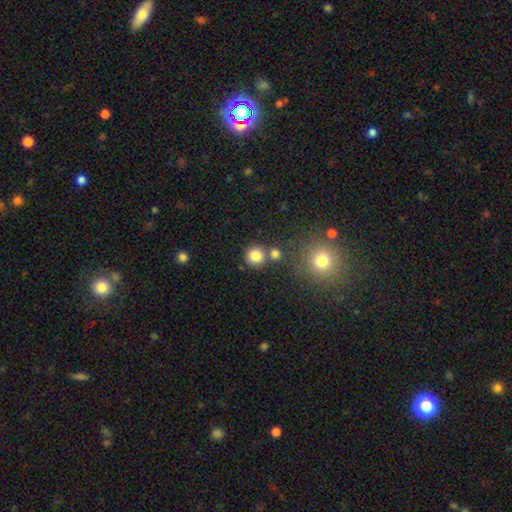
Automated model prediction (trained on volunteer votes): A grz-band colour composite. It shows a smooth galaxy with no disk features (82%) that is round (93%). Merging: none (75%).